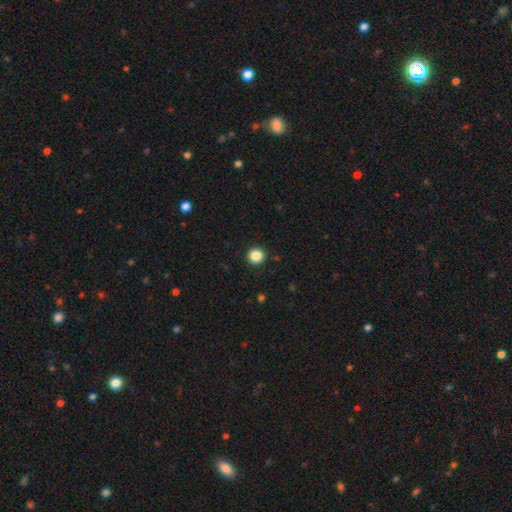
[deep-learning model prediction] This appears to be a smooth galaxy with no disk features (86%) that is round (96%). Merging: none (93%).